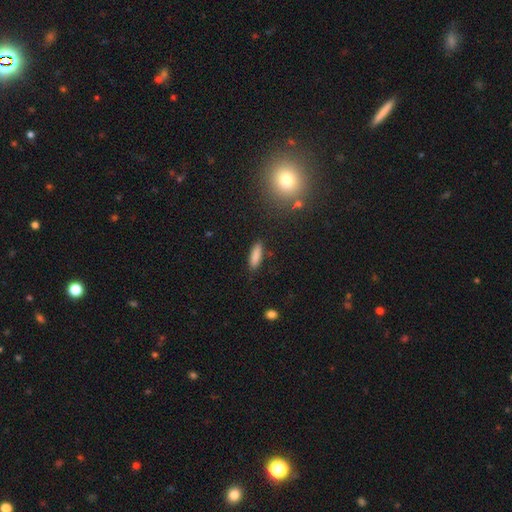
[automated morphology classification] The model was most divided on "how rounded": cigar-shaped: 55%, in between: 43%, round: 2%. More confident: smooth or featured — smooth (86%); merging — none (85%).